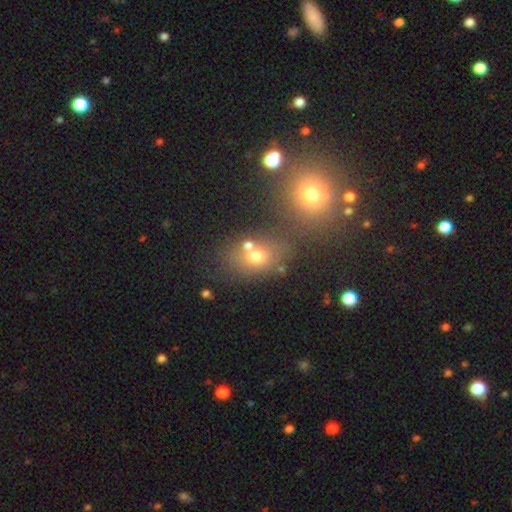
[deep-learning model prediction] The model was most divided on "how rounded": in between: 53%, round: 45%, cigar-shaped: 2%. Remaining: smooth or featured — smooth (63%); merging — none (50%).